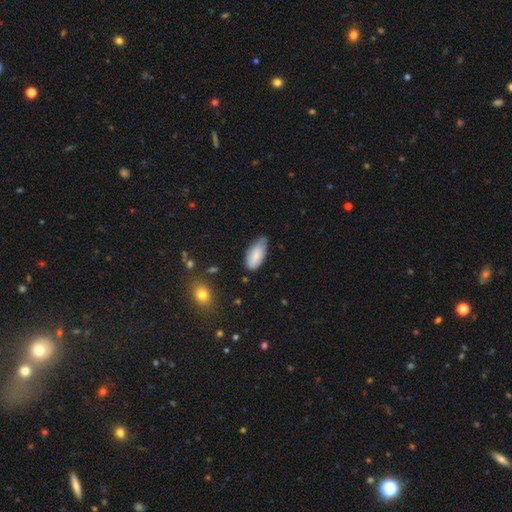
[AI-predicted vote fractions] smooth 79%, featured or disk 14%, star or artifact 6%. Down the decision tree: how rounded — in between (92%); merging — none (53%).